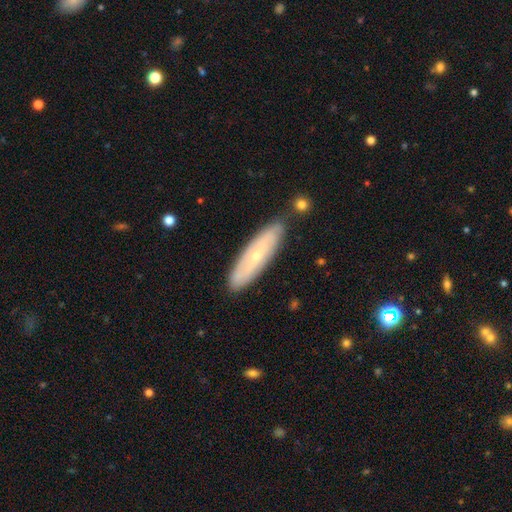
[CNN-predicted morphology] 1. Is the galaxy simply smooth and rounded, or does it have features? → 53% featured or disk, 40% smooth, 6% star or artifact.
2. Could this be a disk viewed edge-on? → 60% no, 40% yes.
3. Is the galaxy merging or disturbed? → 84% none, 11% minor disturbance, 3% merger, 2% major disturbance.